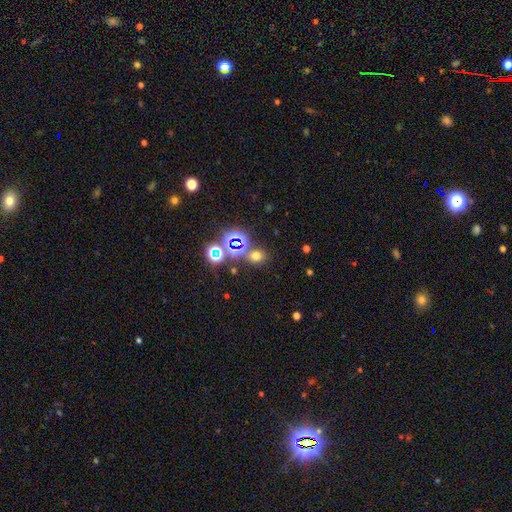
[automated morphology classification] smooth_or_featured: smooth (p=0.58) [alt: star or artifact p=0.35]
how_rounded: round (p=0.73) [alt: in between p=0.26]
merging: none (p=0.77) [alt: merger p=0.10]